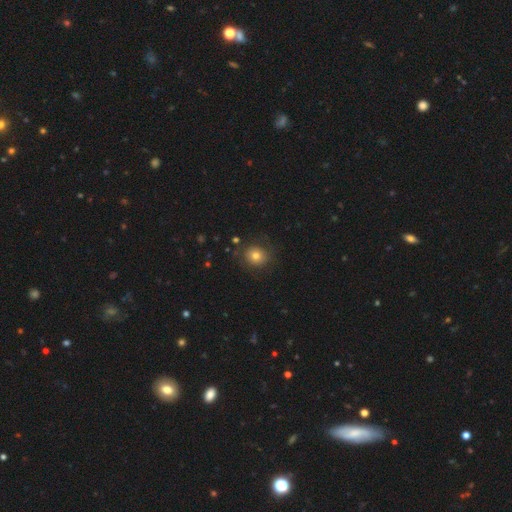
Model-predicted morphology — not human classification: Q: Smooth or featured?
A: smooth (75%); runner-up: featured or disk (13%)
Q: How rounded?
A: round (83%); runner-up: in between (16%)
Q: Merging?
A: none (80%); runner-up: minor disturbance (12%)